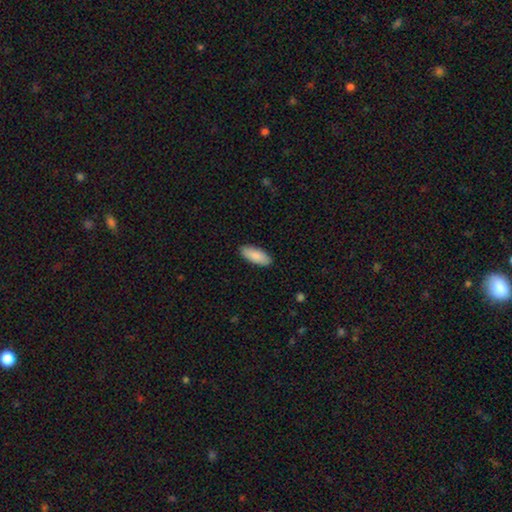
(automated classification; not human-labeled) Overall: smooth (88%). How rounded: in between (80%). Merging: none (90%).